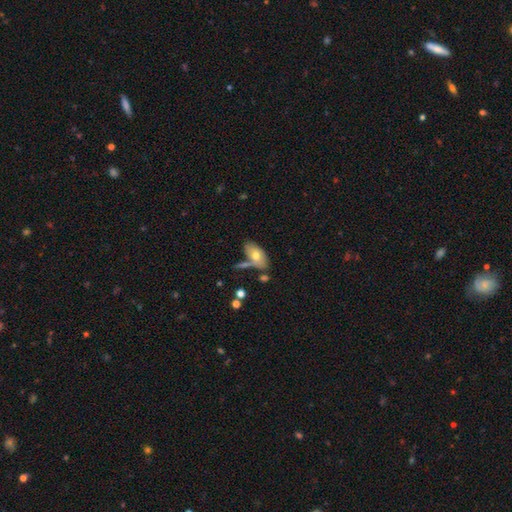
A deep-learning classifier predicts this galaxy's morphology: A smooth galaxy with no disk features (68%) that is in between round and cigar-shaped (92%). Merging: none (53%).